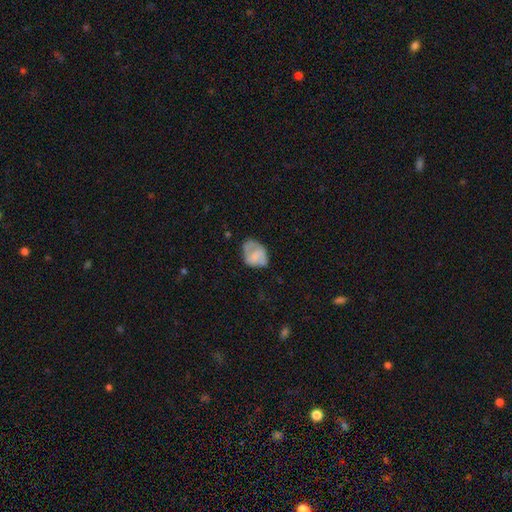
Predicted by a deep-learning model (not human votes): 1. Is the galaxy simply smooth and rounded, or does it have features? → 60% smooth, 31% featured or disk, 8% star or artifact.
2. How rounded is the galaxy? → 65% in between, 34% round, 1% cigar-shaped.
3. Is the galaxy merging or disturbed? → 42% none, 35% minor disturbance, 20% major disturbance, 3% merger.